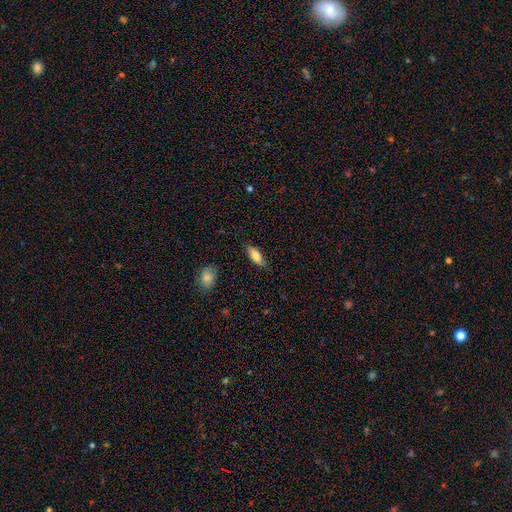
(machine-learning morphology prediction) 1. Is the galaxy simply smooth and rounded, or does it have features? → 79% smooth, 15% featured or disk, 6% star or artifact.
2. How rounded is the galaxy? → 72% in between, 25% cigar-shaped, 2% round.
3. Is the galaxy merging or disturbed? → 82% none, 14% minor disturbance, 3% major disturbance, 1% merger.